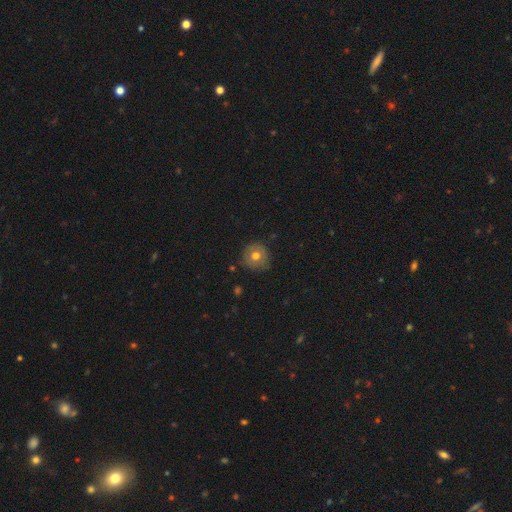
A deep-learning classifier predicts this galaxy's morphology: smooth 63%, featured or disk 28%, star or artifact 9%. Down the decision tree: how rounded — round (93%); merging — none (82%).